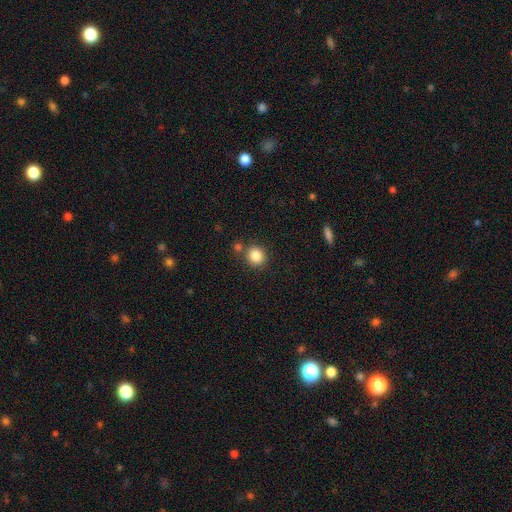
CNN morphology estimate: smooth-or-featured: smooth: 85% | star or artifact: 10% | featured or disk: 5%
  how-rounded: round: 87% | in between: 12% | cigar-shaped: 1%
  merging: none: 77% | merger: 12% | minor disturbance: 9% | major disturbance: 3%